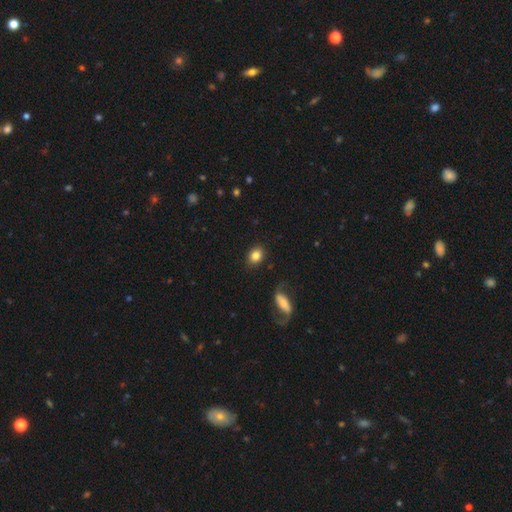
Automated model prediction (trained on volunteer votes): Morphology: type=smooth (83%); roundness=in between (62%); merging=none (87%).